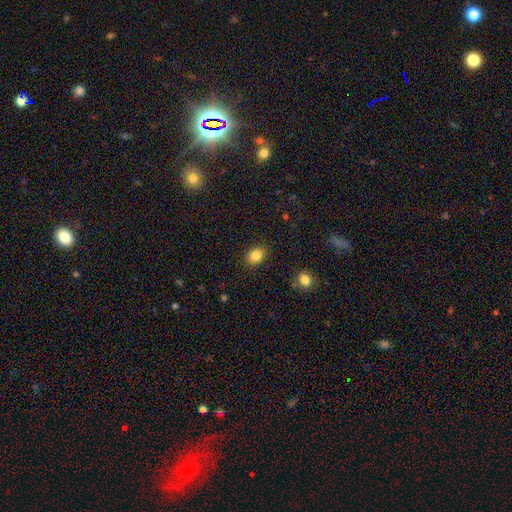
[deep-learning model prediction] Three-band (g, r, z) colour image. It shows a smooth galaxy with no disk features (85%) that is in between round and cigar-shaped (66%). Merging: none (87%).